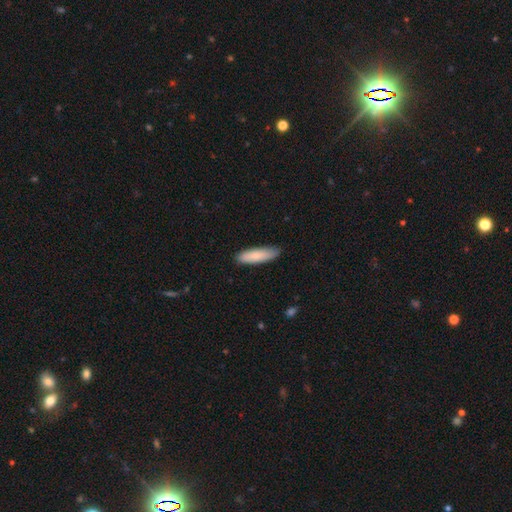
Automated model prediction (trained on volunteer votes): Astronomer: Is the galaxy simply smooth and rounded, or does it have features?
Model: smooth — 83%.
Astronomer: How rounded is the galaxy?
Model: cigar-shaped — 61% (runner-up: in between, 38%).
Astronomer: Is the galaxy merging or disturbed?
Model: none — 85%.